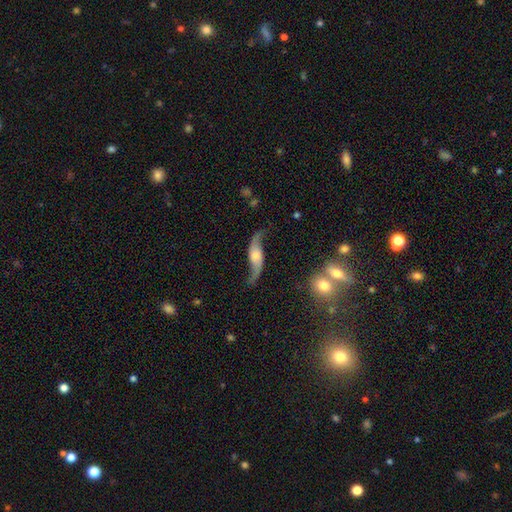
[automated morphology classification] Smooth or featured? Predicted: featured or disk (p=0.82). Edge-on disk? Predicted: no (p=0.89). Bar? Predicted: no (p=0.58). Spiral arms? Predicted: yes (p=0.95). Spiral winding? Predicted: loose (p=0.93). Spiral arm count? Predicted: 2 (p=0.94). Bulge size? Predicted: small (p=0.31). Merging? Predicted: none (p=0.71).